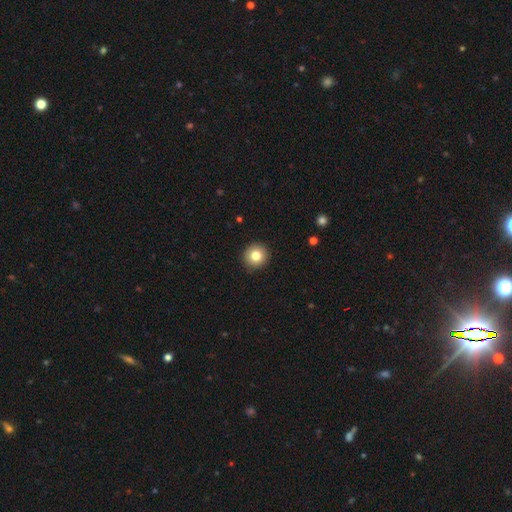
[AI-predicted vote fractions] Smooth or featured? smooth (80%)
How rounded? round (94%)
Merging? none (92%)